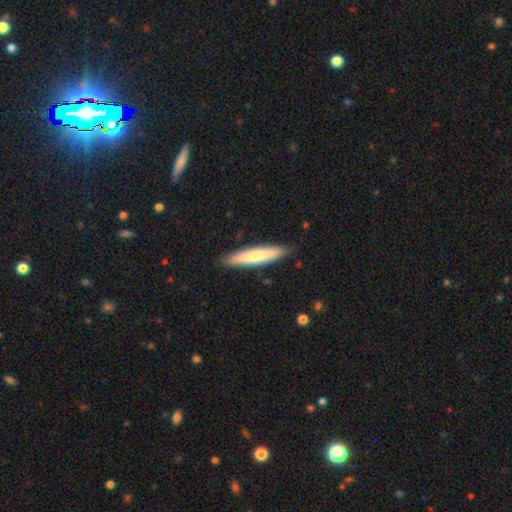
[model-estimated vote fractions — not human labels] This appears to be a smooth galaxy with no disk features (69%) that is cigar-shaped (86%). Merging: none (88%).